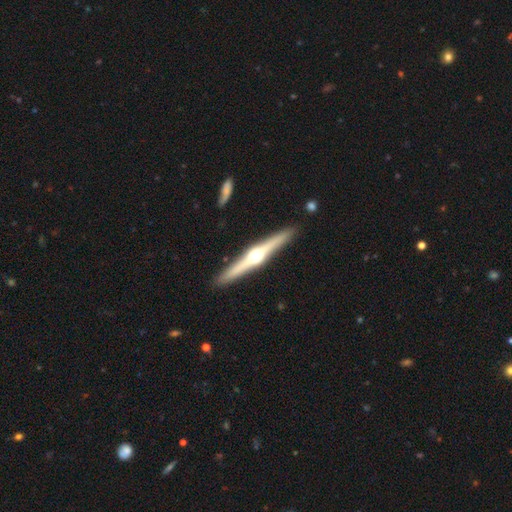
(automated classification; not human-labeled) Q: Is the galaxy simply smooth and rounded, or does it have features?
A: featured or disk — 77%.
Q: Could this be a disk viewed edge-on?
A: yes — 98%.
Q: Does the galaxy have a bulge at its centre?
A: rounded — 95%.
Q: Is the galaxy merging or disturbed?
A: none — 91%.